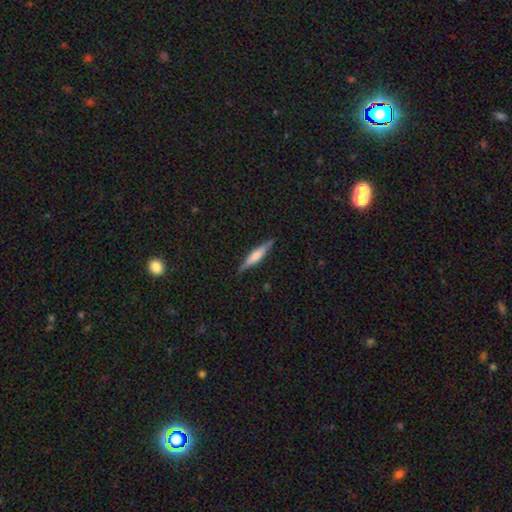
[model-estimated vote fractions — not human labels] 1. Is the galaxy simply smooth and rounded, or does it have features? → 53% featured or disk, 40% smooth, 6% star or artifact.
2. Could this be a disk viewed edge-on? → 96% yes, 4% no.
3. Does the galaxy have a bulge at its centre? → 54% rounded, 32% boxy, 14% none.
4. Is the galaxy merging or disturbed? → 87% none, 9% minor disturbance, 2% major disturbance, 1% merger.